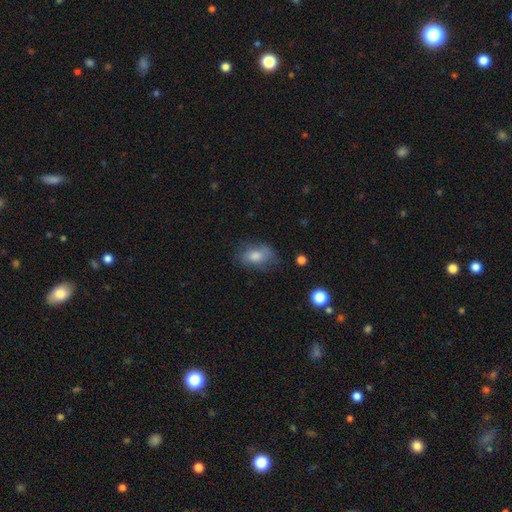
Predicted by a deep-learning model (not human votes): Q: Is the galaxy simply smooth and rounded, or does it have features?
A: smooth — 68%.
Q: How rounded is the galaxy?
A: in between — 82%.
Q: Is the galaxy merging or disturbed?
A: none — 56%.